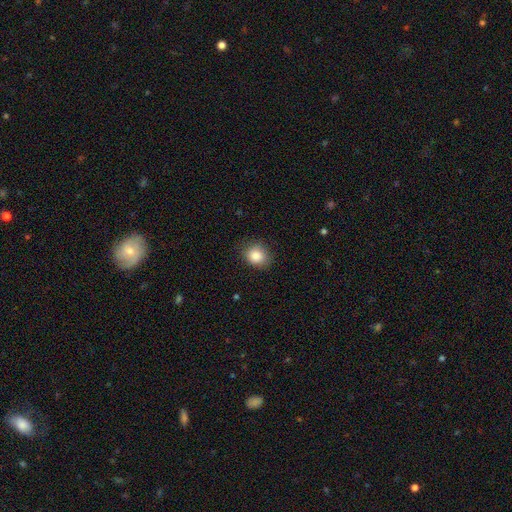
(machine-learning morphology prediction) Smooth or featured? smooth (86%)
How rounded? round (68%)
Merging? none (81%)